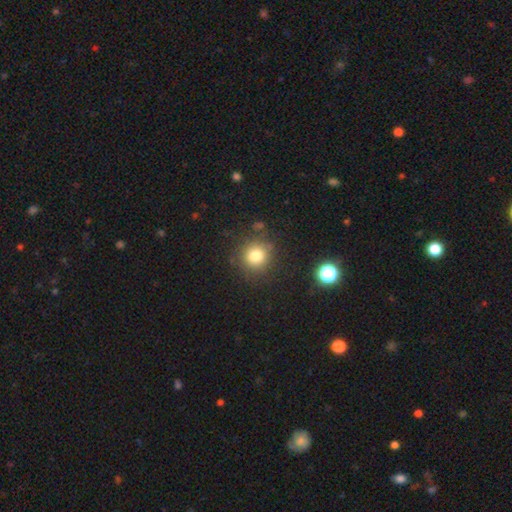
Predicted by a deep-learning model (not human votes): Q: Smooth or featured?
A: smooth (80%); runner-up: star or artifact (13%)
Q: How rounded?
A: round (90%); runner-up: in between (9%)
Q: Merging?
A: none (84%); runner-up: minor disturbance (9%)